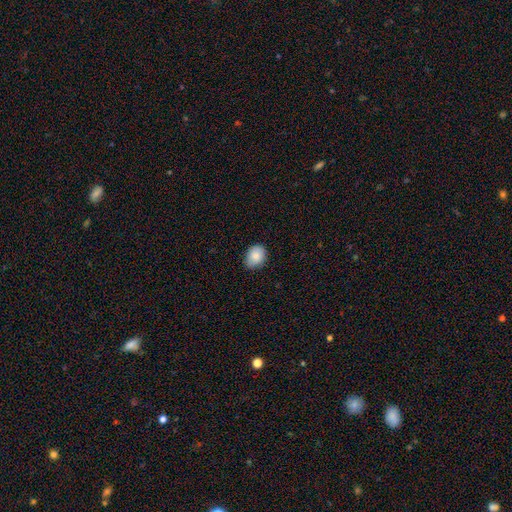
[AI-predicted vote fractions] smooth_or_featured: smooth (p=0.87) [alt: star or artifact p=0.08]
how_rounded: in between (p=0.55) [alt: round p=0.44]
merging: none (p=0.76) [alt: minor disturbance p=0.21]